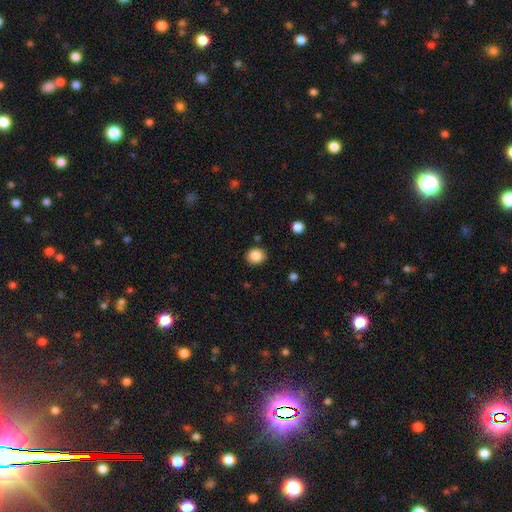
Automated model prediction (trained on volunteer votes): The model was most divided on "how rounded": round: 68%, in between: 31%, cigar-shaped: 1%. More confident: smooth or featured — smooth (86%); merging — none (86%).